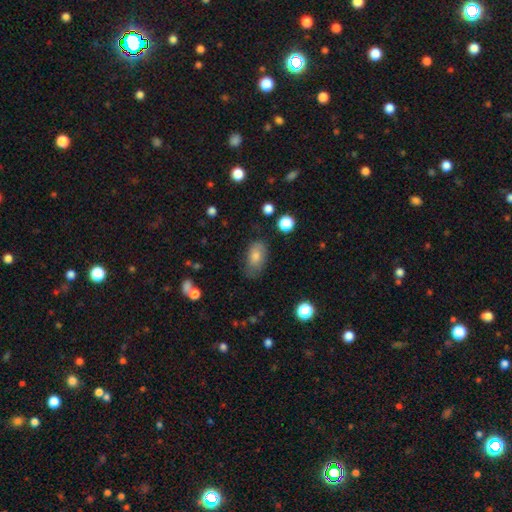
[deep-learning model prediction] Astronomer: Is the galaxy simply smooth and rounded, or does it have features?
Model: smooth — 73%.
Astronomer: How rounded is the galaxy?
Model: in between — 89%.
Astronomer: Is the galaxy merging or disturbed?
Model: none — 72%.